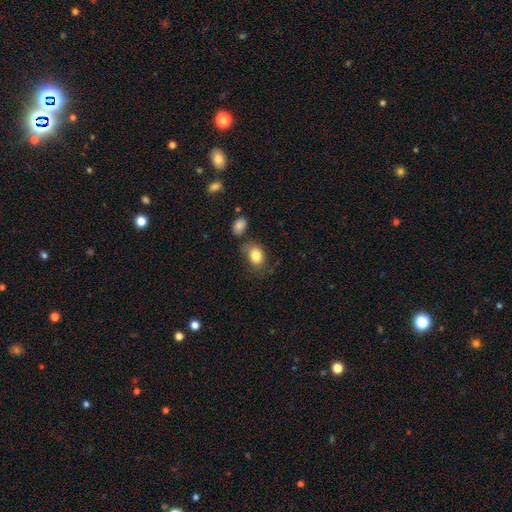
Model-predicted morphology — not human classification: smooth 82%, featured or disk 9%, star or artifact 9%. Down the decision tree: how rounded — in between (58%); merging — none (61%).